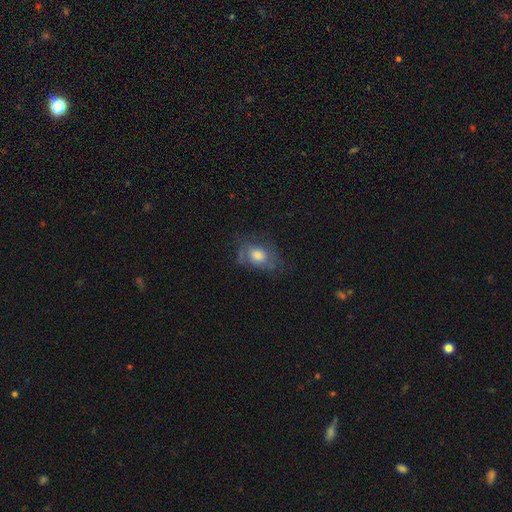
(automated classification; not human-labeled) smooth 52%, featured or disk 34%, star or artifact 14%. Down the decision tree: how rounded — in between (68%); merging — none (59%).